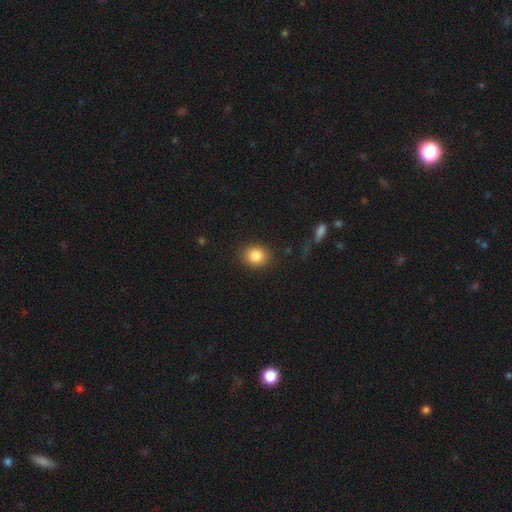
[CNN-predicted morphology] type=smooth (85%); roundness=round (70%); merging=none (88%).